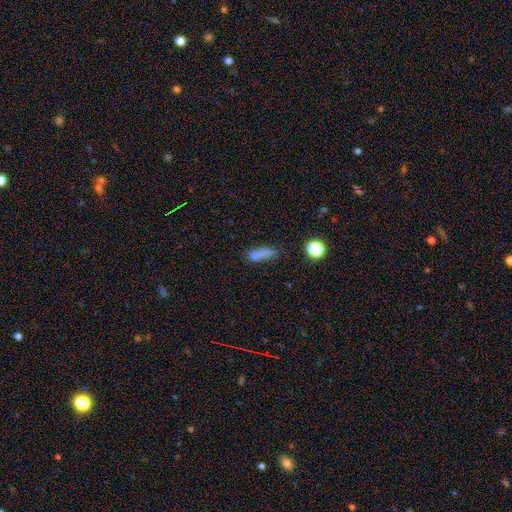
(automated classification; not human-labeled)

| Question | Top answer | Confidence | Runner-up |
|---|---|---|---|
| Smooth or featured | smooth | 75% | star or artifact (16%) |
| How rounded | cigar-shaped | 54% | in between (40%) |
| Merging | none | 67% | minor disturbance (19%) |